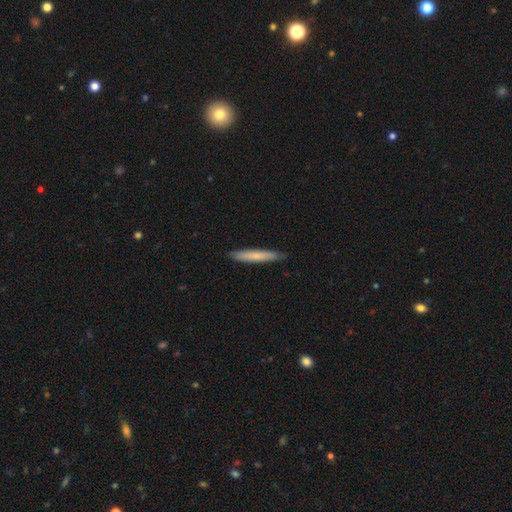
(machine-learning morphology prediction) smooth-or-featured: smooth: 72% | featured or disk: 22% | star or artifact: 5%
  how-rounded: cigar-shaped: 95% | in between: 4% | round: 1%
  merging: none: 89% | minor disturbance: 9% | major disturbance: 1% | merger: 1%